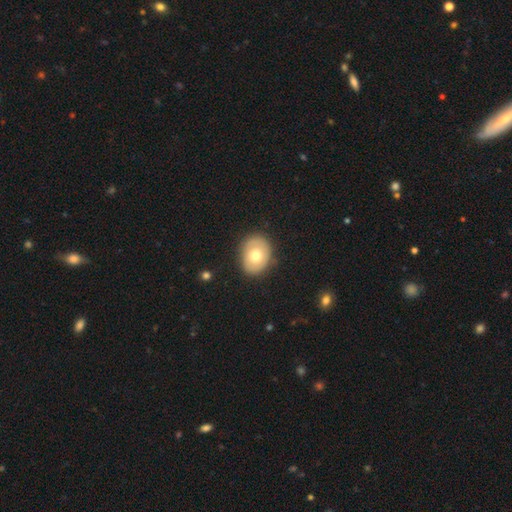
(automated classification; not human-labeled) The model was most divided on "how rounded": in between: 56%, round: 43%, cigar-shaped: 1%. More confident: merging — none (84%); smooth or featured — smooth (68%).